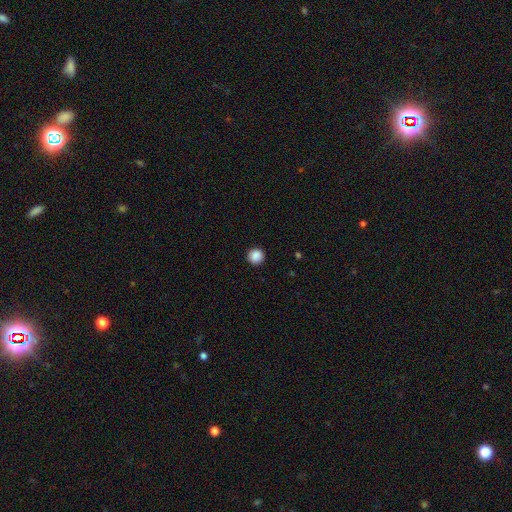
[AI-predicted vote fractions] A smooth galaxy with no disk features (88%) that is round (95%).

Vote fractions:
- Smooth or featured? smooth: 88% / star or artifact: 9% / featured or disk: 2%
- How rounded? round: 95% / in between: 4% / cigar-shaped: 1%
- Merging? none: 93% / minor disturbance: 5% / major disturbance: 2% / merger: 1%